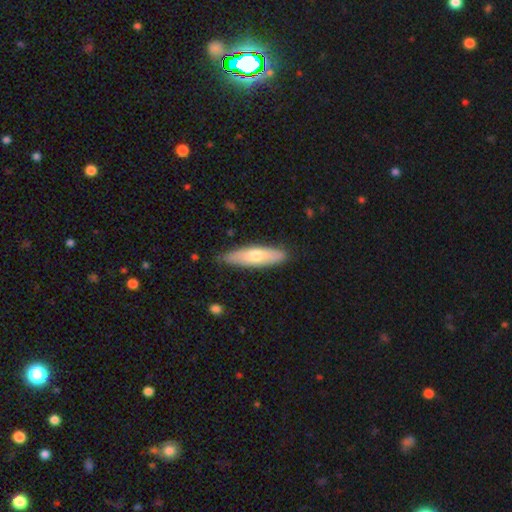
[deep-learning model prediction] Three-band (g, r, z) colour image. It shows a smooth galaxy with no disk features (64%) that is cigar-shaped (62%). Merging: none (83%).